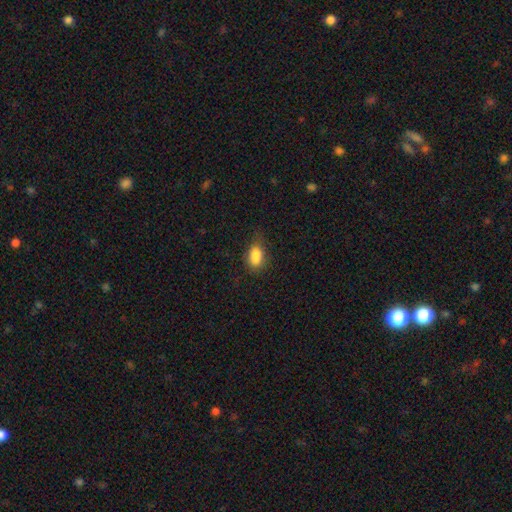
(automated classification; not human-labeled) smooth_or_featured: smooth (p=0.85) [alt: star or artifact p=0.09]
how_rounded: in between (p=0.86) [alt: round p=0.10]
merging: none (p=0.58) [alt: minor disturbance p=0.30]